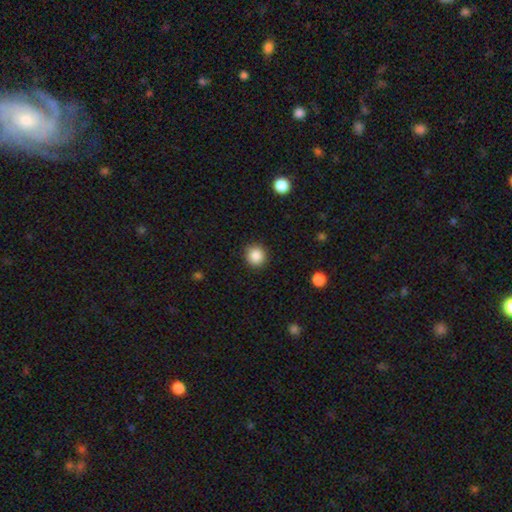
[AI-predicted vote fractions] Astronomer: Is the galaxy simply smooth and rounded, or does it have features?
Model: smooth — 87%.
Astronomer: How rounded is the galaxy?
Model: round — 92%.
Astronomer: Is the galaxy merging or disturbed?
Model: none — 90%.